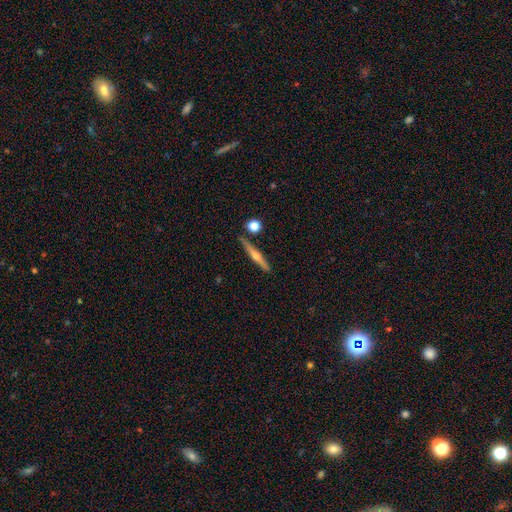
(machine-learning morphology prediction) This is likely a featured or disk galaxy (67%). It is clearly viewed edge-on (97%). Edge-on bulge: clearly rounded (88%). Merging: clearly none (87%).